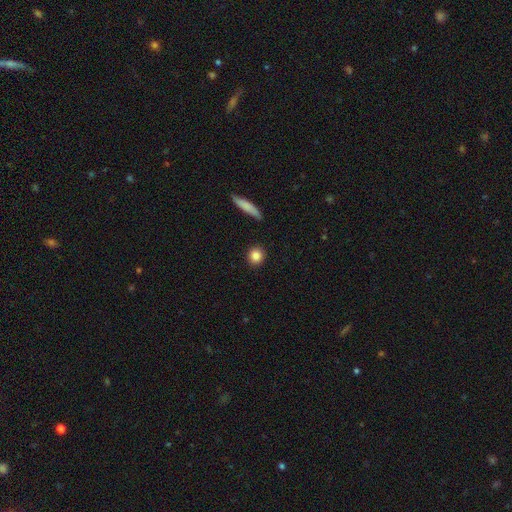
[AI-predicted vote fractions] smooth-or-featured: smooth: 86% | star or artifact: 9% | featured or disk: 6%
  how-rounded: round: 86% | in between: 12% | cigar-shaped: 2%
  merging: none: 90% | minor disturbance: 6% | major disturbance: 2% | merger: 2%